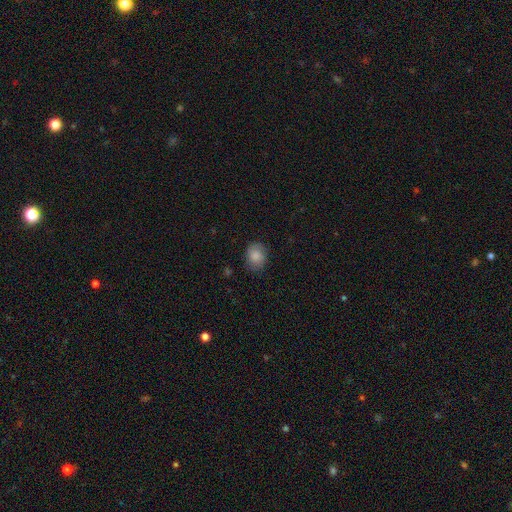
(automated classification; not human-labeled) This is clearly a smooth galaxy (82%). How rounded: possibly round (50%). Merging: likely none (76%).